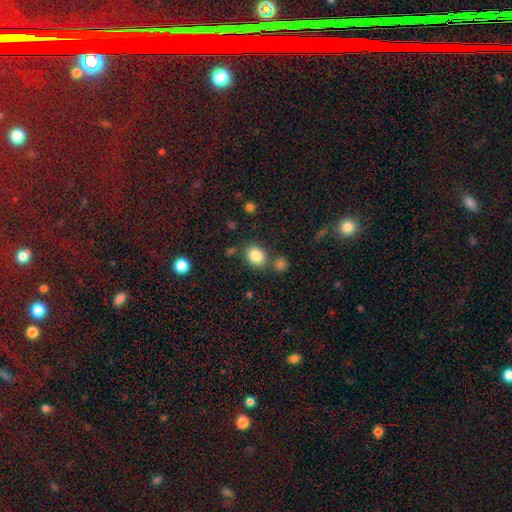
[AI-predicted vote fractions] Overall: smooth (84%). How rounded: round (51%; in between 48%). Merging: none (72%).